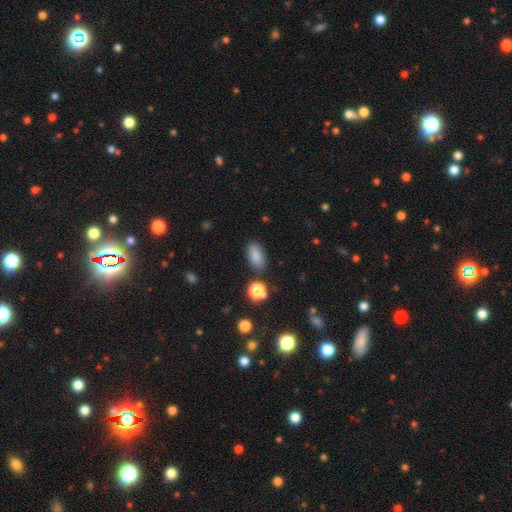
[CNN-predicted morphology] Smooth or featured? Predicted: smooth (p=0.83). How rounded? Predicted: in between (p=0.88). Merging? Predicted: none (p=0.79).